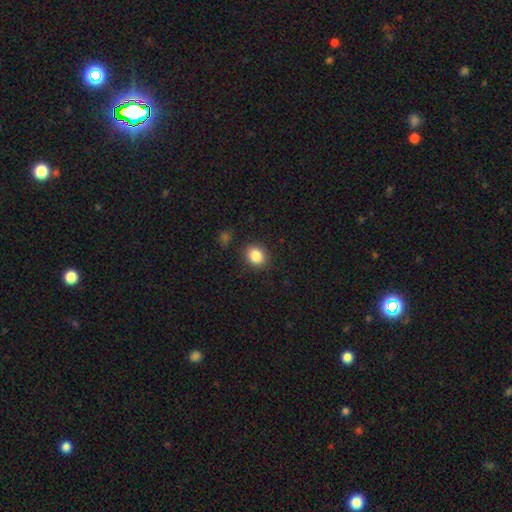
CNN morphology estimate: A smooth galaxy with no disk features (85%) that is round (67%). Merging: none (88%).